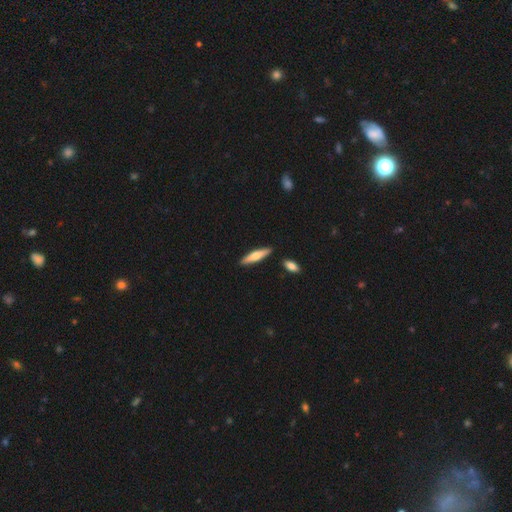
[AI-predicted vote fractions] This is possibly a smooth galaxy (58%). How rounded: likely cigar-shaped (80%). Merging: clearly none (87%).